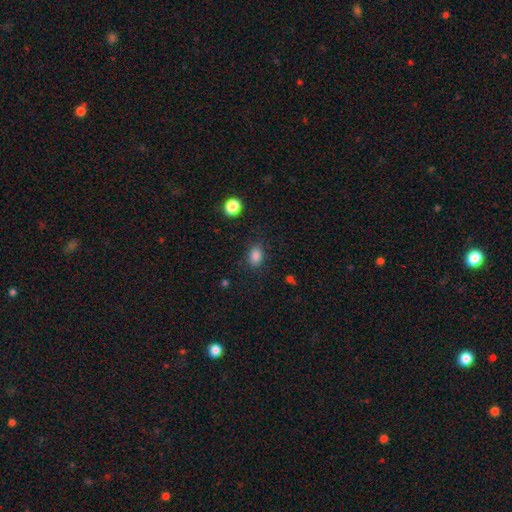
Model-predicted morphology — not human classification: Q: Smooth or featured?
A: smooth (85%); runner-up: star or artifact (11%)
Q: How rounded?
A: in between (74%); runner-up: round (24%)
Q: Merging?
A: none (82%); runner-up: minor disturbance (12%)